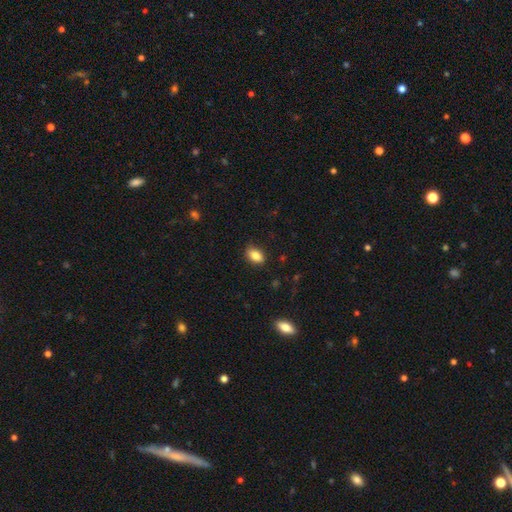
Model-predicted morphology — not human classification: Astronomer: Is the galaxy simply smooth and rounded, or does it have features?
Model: smooth — 85%.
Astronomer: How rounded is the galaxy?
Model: in between — 87%.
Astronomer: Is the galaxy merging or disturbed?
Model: none — 84%.